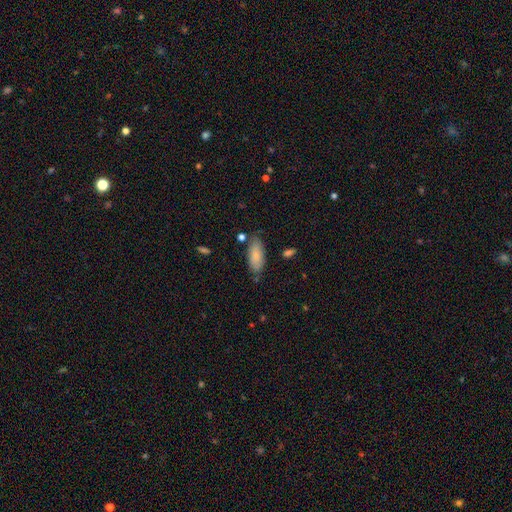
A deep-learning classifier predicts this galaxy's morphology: Smooth or featured: smooth — 86% (featured or disk — 8%)
How rounded: in between — 78% (cigar-shaped — 20%)
Merging: none — 78% (minor disturbance — 15%)